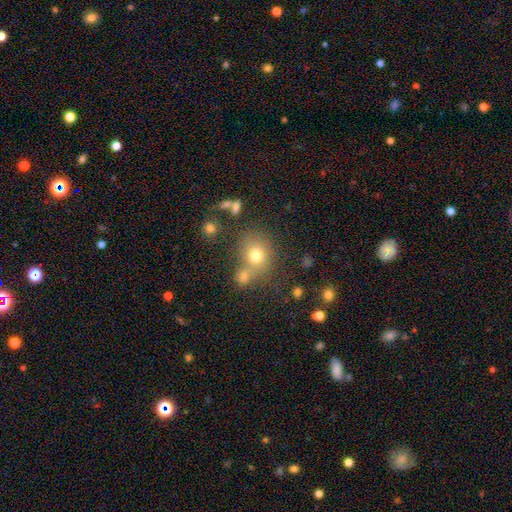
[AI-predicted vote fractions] Smooth or featured? smooth (73%)
How rounded? round (77%)
Merging? none (56%)